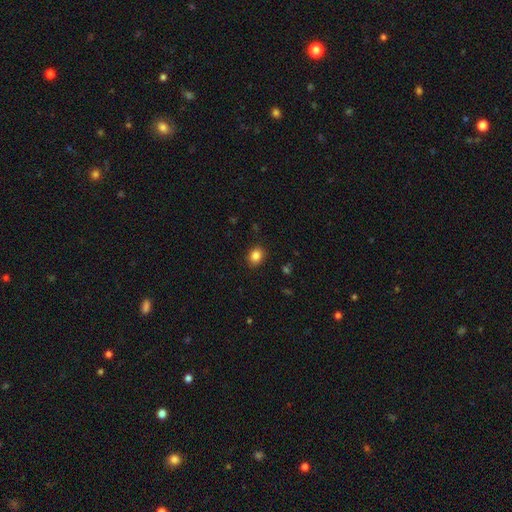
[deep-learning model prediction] Q: Smooth or featured?
A: smooth (85%); runner-up: star or artifact (10%)
Q: How rounded?
A: round (56%); runner-up: in between (43%)
Q: Merging?
A: none (89%); runner-up: minor disturbance (8%)